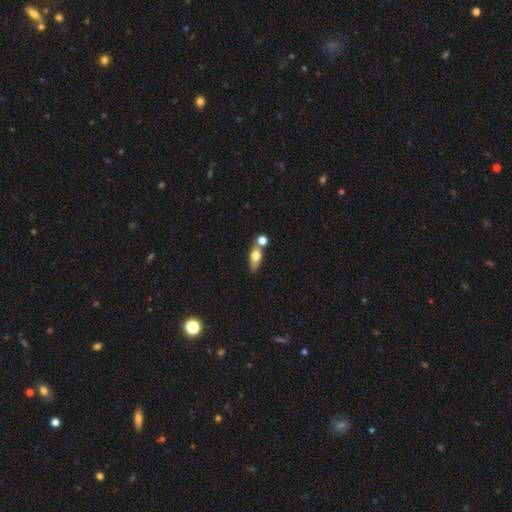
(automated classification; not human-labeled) A smooth galaxy with no disk features (66%) that is in between round and cigar-shaped (64%).

Vote fractions:
- Smooth or featured? smooth: 66% / featured or disk: 26% / star or artifact: 8%
- How rounded? in between: 64% / cigar-shaped: 23% / round: 12%
- Merging? none: 49% / merger: 33% / minor disturbance: 13% / major disturbance: 5%